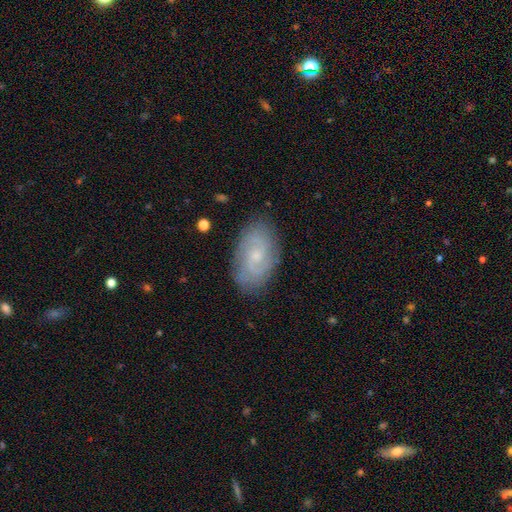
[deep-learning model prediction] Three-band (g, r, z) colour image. It shows a featured or disk galaxy (67%) with no bar (59%), 2 (50%) tight (49%) spiral arms (90%) and a small central bulge (64%). Merging: none (81%).